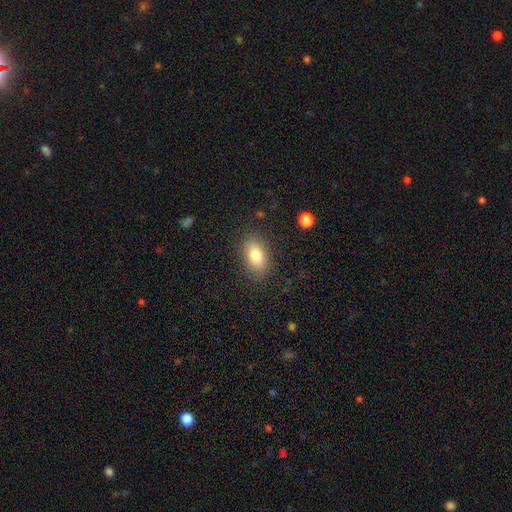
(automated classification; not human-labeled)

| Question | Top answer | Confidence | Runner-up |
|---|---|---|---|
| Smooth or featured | smooth | 81% | featured or disk (11%) |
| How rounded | in between | 89% | round (9%) |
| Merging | none | 85% | minor disturbance (10%) |